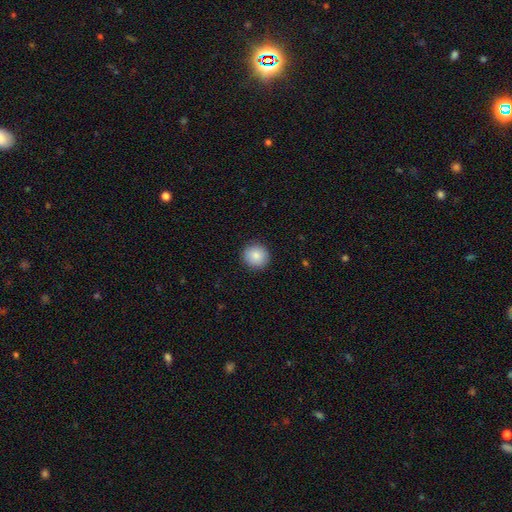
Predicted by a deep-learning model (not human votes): Smooth or featured? smooth (86%)
How rounded? round (92%)
Merging? none (91%)